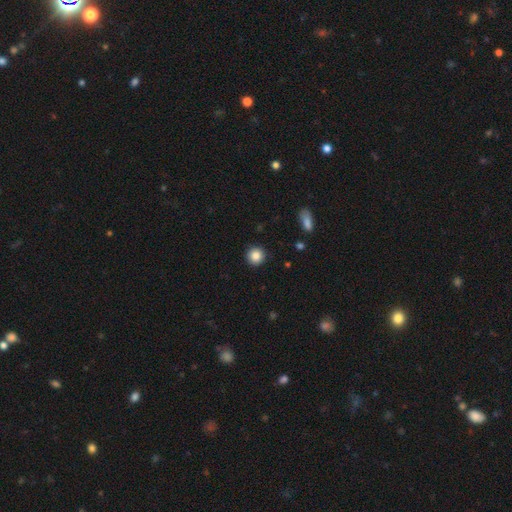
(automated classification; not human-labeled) Smooth or featured? smooth (86%)
How rounded? round (94%)
Merging? none (92%)